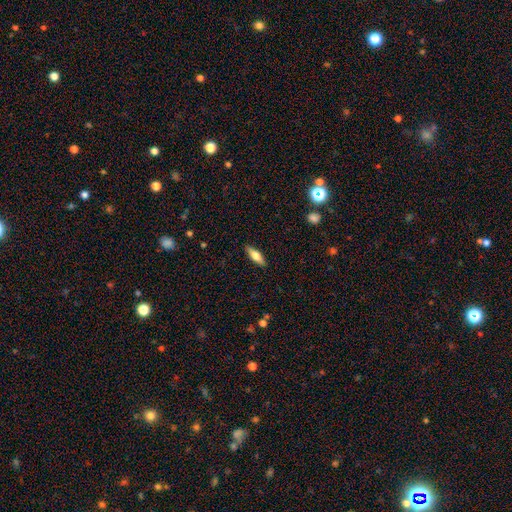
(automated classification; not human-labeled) Q: Smooth or featured?
A: smooth (63%); runner-up: featured or disk (31%)
Q: How rounded?
A: in between (52%); runner-up: cigar-shaped (46%)
Q: Merging?
A: none (89%); runner-up: minor disturbance (8%)